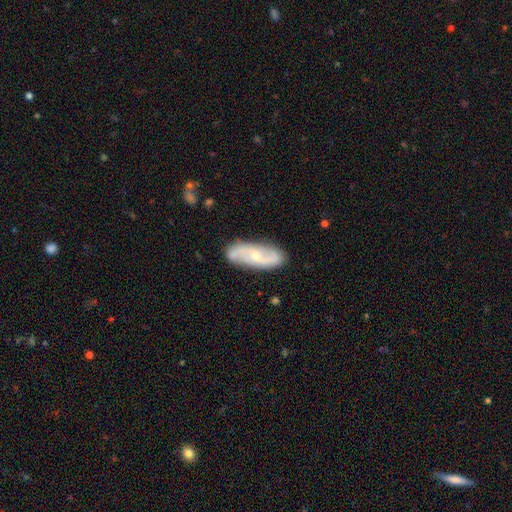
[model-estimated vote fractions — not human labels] Smooth or featured: featured or disk — 73% (smooth — 21%)
Edge-on disk: no — 90% (yes — 10%)
Bar: no — 52% (weak — 38%)
Spiral arms: yes — 92% (no — 8%)
Spiral winding: loose — 42% (medium — 40%)
Spiral arm count: 2 — 85% (can't tell — 8%)
Bulge size: small — 59% (moderate — 37%)
Merging: none — 83% (minor disturbance — 13%)